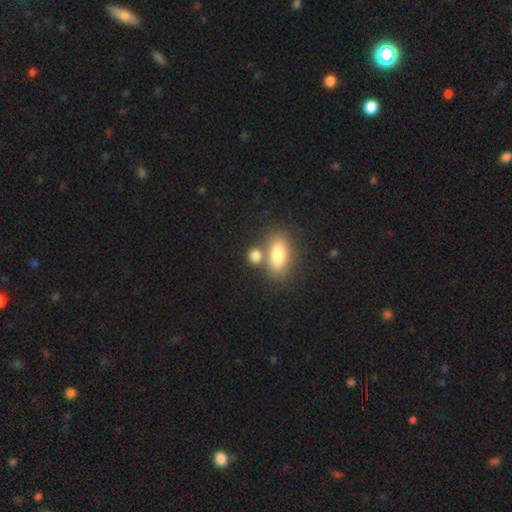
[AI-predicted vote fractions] This is clearly a smooth galaxy (82%). How rounded: possibly in between (55%). Merging: possibly none (56%).